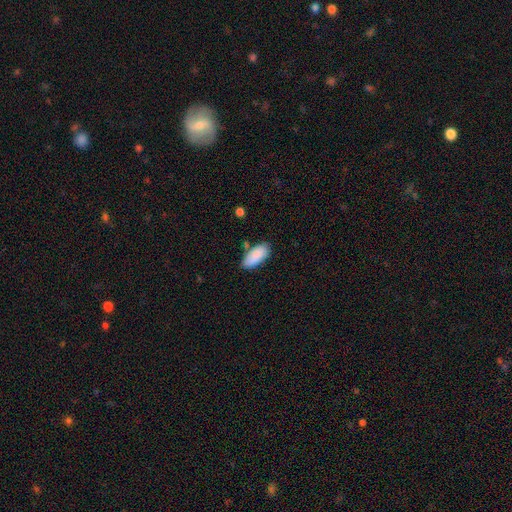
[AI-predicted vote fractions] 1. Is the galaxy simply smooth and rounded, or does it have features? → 88% smooth, 6% star or artifact, 6% featured or disk.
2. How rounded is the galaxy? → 89% in between, 9% cigar-shaped, 2% round.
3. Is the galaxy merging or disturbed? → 74% none, 17% minor disturbance, 5% merger, 3% major disturbance.